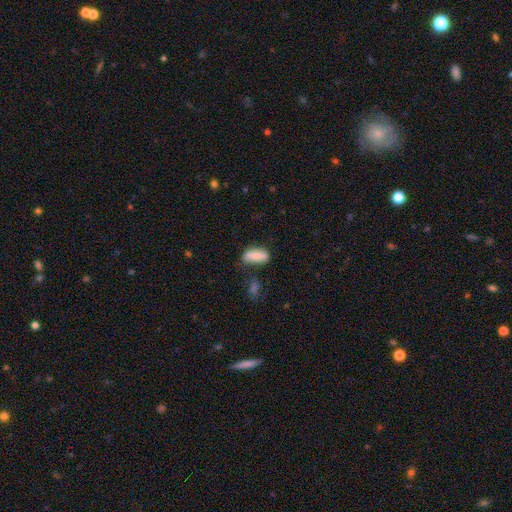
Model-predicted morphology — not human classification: type=smooth (82%); roundness=in between (79%); merging=none (61%).